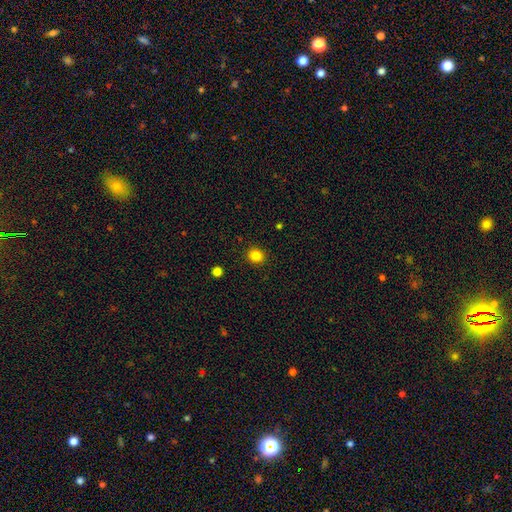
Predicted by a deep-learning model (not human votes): Morphology: type=smooth (84%); roundness=round (84%); merging=none (91%).